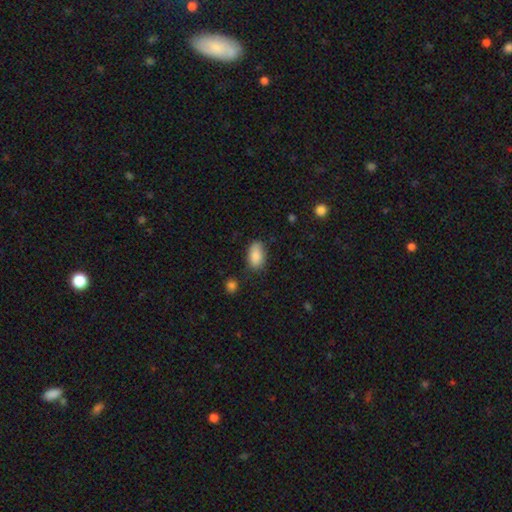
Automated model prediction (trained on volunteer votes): smooth 87%, star or artifact 7%, featured or disk 6%. Down the decision tree: how rounded — in between (92%); merging — none (74%).